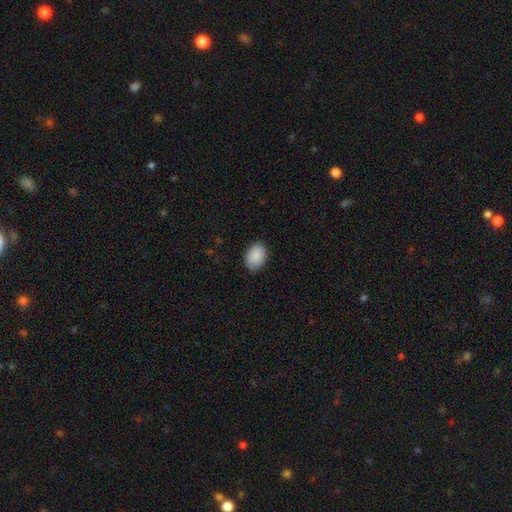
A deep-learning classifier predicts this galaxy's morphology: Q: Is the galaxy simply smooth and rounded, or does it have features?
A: smooth — 89%.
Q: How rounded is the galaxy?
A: in between — 81%.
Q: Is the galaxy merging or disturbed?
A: none — 84%.